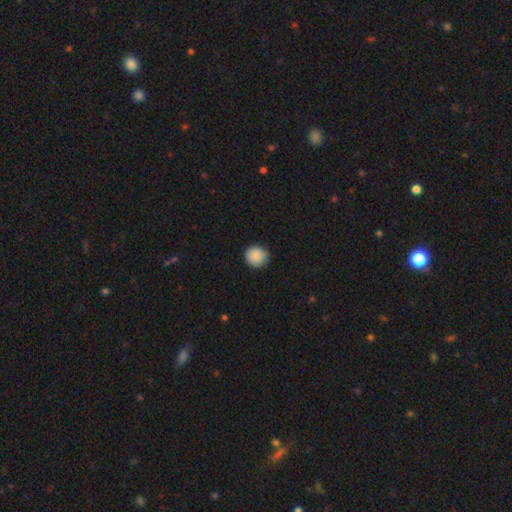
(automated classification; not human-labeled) Smooth or featured? Predicted: smooth (p=0.89). How rounded? Predicted: round (p=0.92). Merging? Predicted: none (p=0.87).